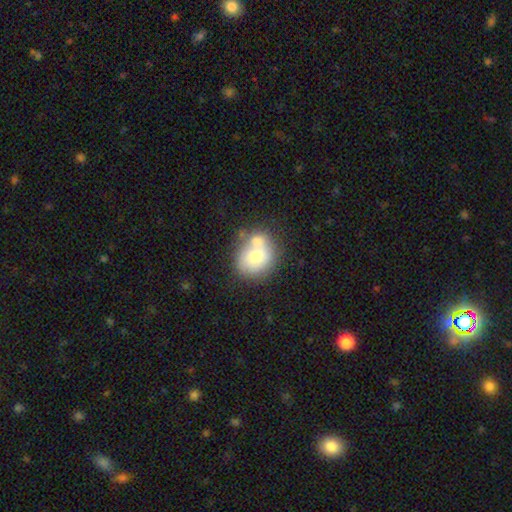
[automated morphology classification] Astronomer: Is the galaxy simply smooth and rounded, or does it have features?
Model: smooth — 67%.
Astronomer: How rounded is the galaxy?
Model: round — 59% (runner-up: in between, 40%).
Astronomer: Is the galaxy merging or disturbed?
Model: merger — 41% (runner-up: none, 37%).